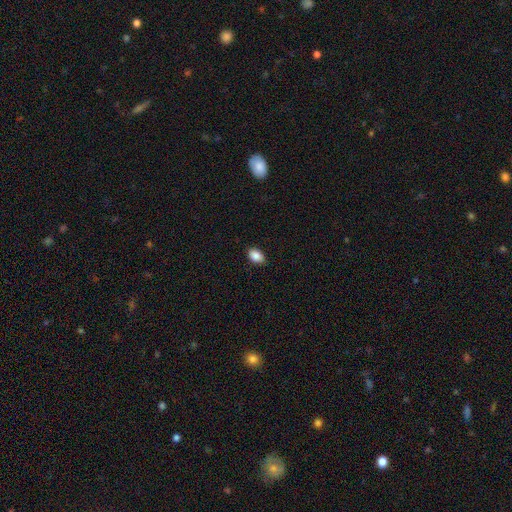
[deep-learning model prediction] smooth-or-featured: smooth: 88% | star or artifact: 8% | featured or disk: 4%
  how-rounded: in between: 88% | round: 10% | cigar-shaped: 1%
  merging: none: 87% | minor disturbance: 10% | major disturbance: 2% | merger: 1%